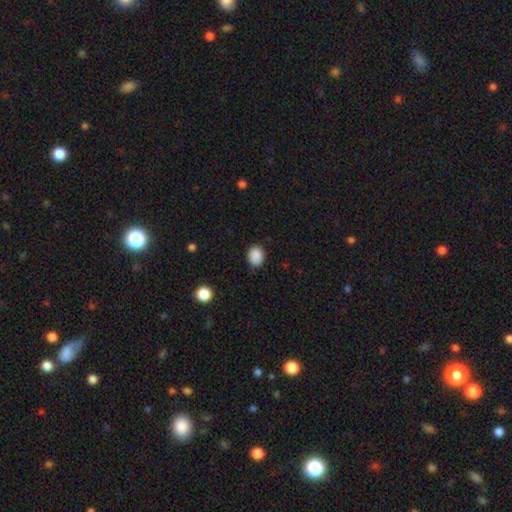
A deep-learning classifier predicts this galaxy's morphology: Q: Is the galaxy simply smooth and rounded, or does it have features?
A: smooth — 89%.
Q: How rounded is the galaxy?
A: round — 54%.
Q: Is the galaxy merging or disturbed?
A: none — 85%.